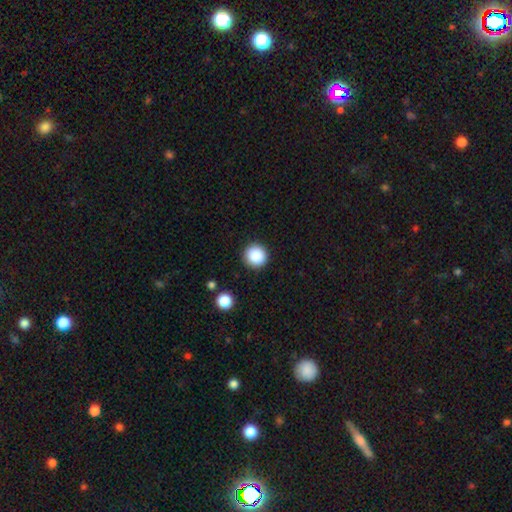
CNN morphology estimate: The model was most divided on "smooth or featured": smooth: 87%, star or artifact: 9%, featured or disk: 3%. More confident: how rounded — round (95%); merging — none (91%).